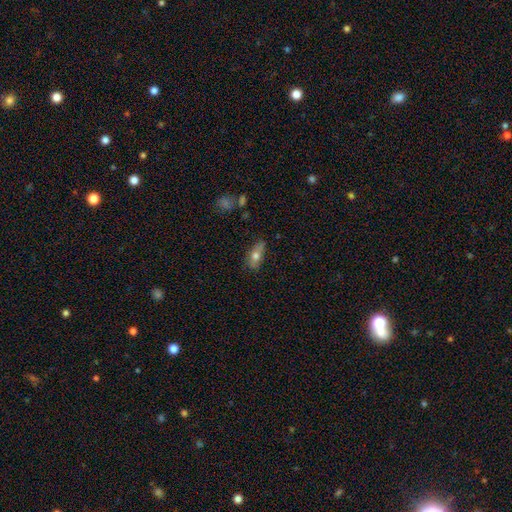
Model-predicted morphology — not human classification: A smooth galaxy with no disk features (68%) that is in between round and cigar-shaped (75%).

Vote fractions:
- Smooth or featured? smooth: 68% / featured or disk: 25% / star or artifact: 8%
- How rounded? in between: 75% / cigar-shaped: 20% / round: 5%
- Merging? none: 63% / minor disturbance: 27% / major disturbance: 7% / merger: 3%